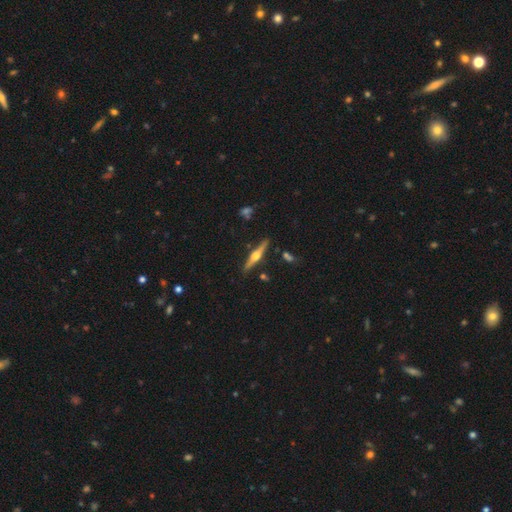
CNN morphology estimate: Q: Smooth or featured?
A: featured or disk (75%); runner-up: smooth (19%)
Q: Edge-on disk?
A: yes (98%); runner-up: no (2%)
Q: Edge-on bulge?
A: rounded (95%); runner-up: boxy (3%)
Q: Merging?
A: none (87%); runner-up: minor disturbance (8%)